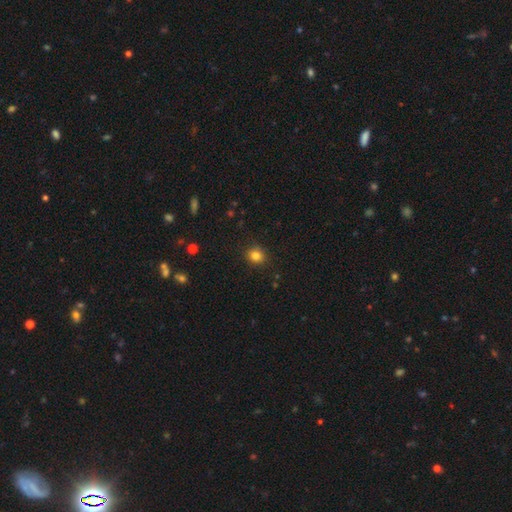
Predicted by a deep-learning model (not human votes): smooth 83%, star or artifact 12%, featured or disk 5%. Down the decision tree: how rounded — round (79%); merging — none (88%).